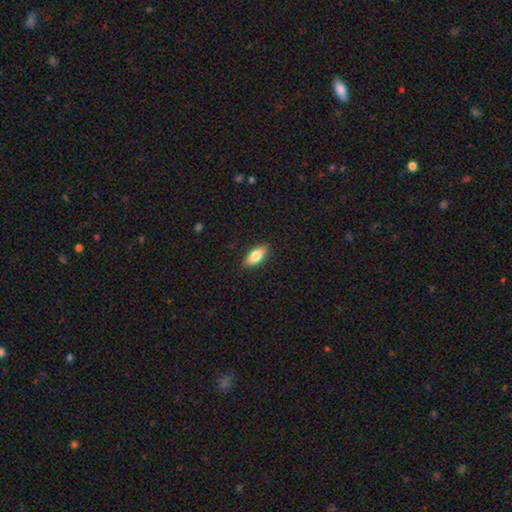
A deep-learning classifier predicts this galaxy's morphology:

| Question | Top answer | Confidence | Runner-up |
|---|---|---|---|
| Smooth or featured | smooth | 79% | featured or disk (14%) |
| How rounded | in between | 80% | cigar-shaped (17%) |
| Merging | none | 88% | minor disturbance (9%) |